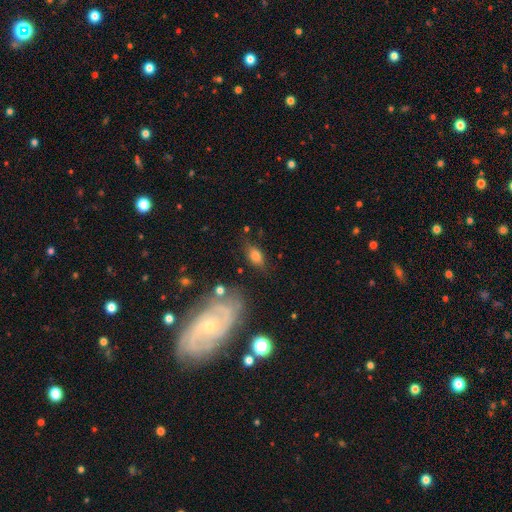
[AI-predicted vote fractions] Smooth or featured? smooth (72%)
How rounded? in between (84%)
Merging? none (70%)